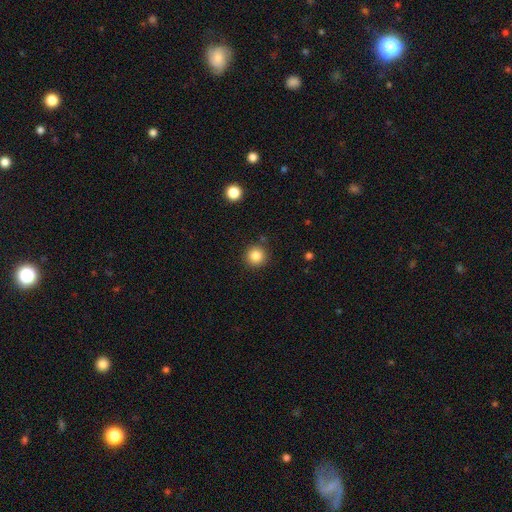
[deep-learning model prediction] This is clearly a smooth galaxy (84%). How rounded: clearly round (95%). Merging: clearly none (90%).